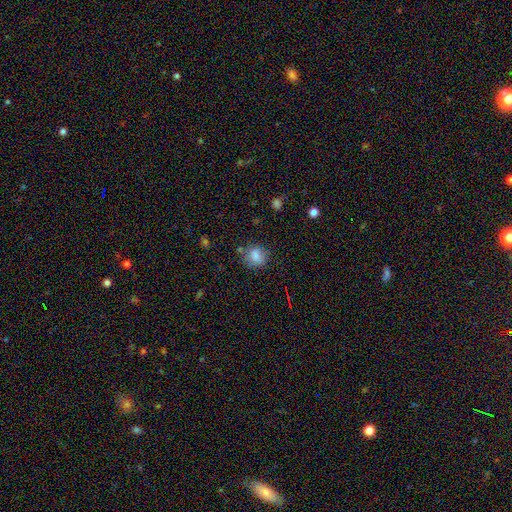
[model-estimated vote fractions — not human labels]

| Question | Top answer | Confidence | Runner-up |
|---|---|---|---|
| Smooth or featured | smooth | 80% | star or artifact (11%) |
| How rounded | round | 74% | in between (25%) |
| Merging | none | 71% | minor disturbance (18%) |